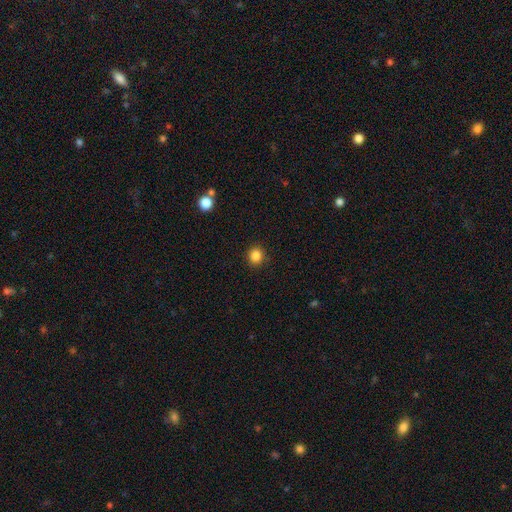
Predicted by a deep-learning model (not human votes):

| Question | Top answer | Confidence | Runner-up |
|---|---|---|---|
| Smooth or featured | smooth | 85% | star or artifact (11%) |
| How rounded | round | 89% | in between (10%) |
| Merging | none | 91% | minor disturbance (6%) |